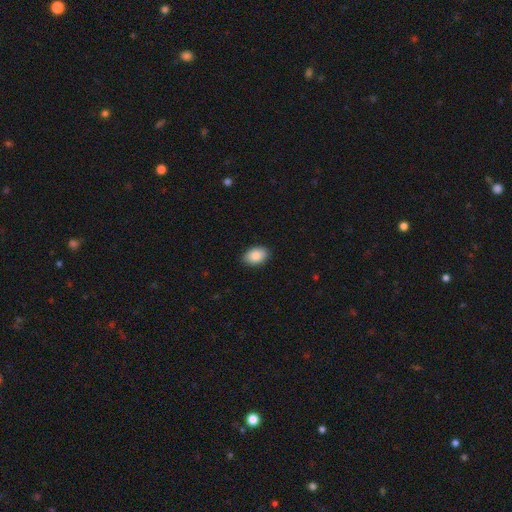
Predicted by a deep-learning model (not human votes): Smooth or featured?
  - smooth: 87% *
  - star or artifact: 7%
  - featured or disk: 6%
How rounded?
  - in between: 85% *
  - round: 14%
  - cigar-shaped: 1%
Merging?
  - none: 88% *
  - minor disturbance: 9%
  - major disturbance: 2%
  - merger: 1%